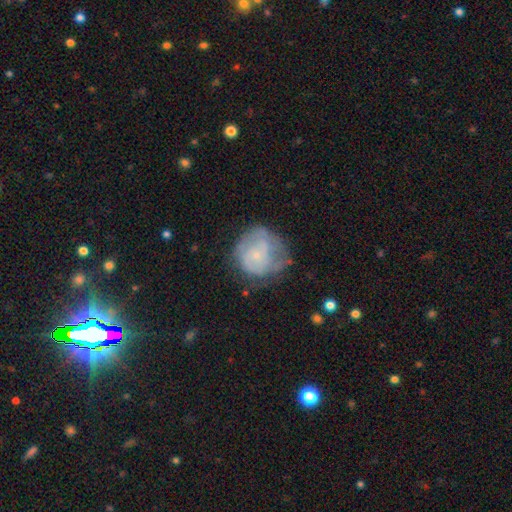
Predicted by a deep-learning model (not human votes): Overall: featured or disk (50%; smooth 41%). Edge-on disk: no (97%). Merging: none (47%; minor disturbance 29%).